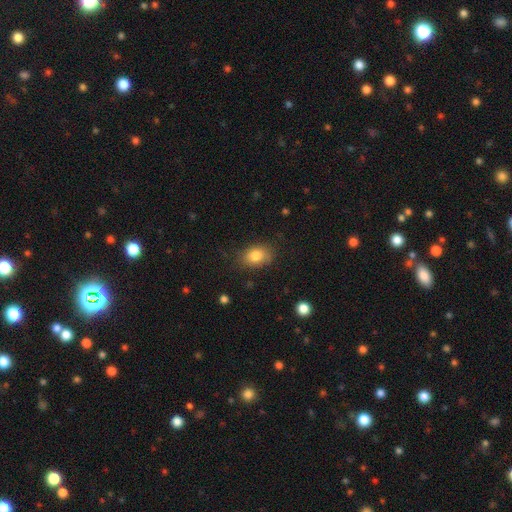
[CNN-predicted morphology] Smooth or featured: smooth — 82% (featured or disk — 9%)
How rounded: in between — 74% (round — 25%)
Merging: none — 75% (minor disturbance — 19%)